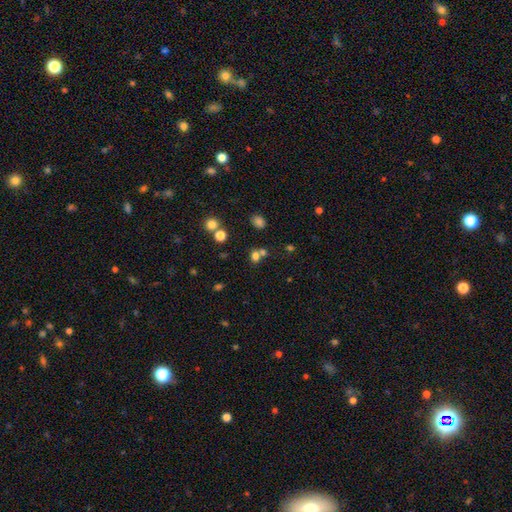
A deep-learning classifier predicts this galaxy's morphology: Smooth or featured? Predicted: smooth (p=0.71). How rounded? Predicted: round (p=0.60). Merging? Predicted: none (p=0.49).